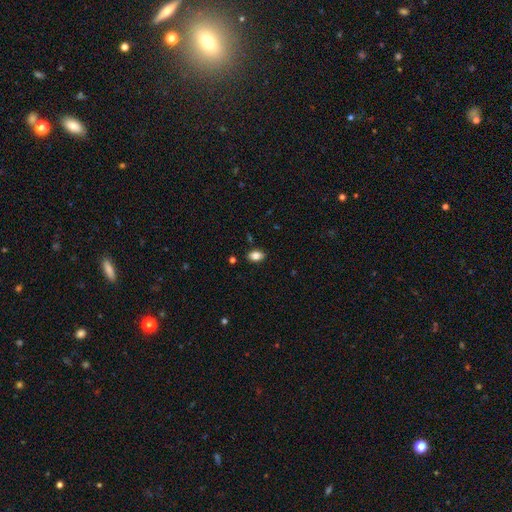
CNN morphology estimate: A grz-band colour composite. It shows a smooth galaxy with no disk features (85%) that is in between round and cigar-shaped (86%). Merging: none (87%).